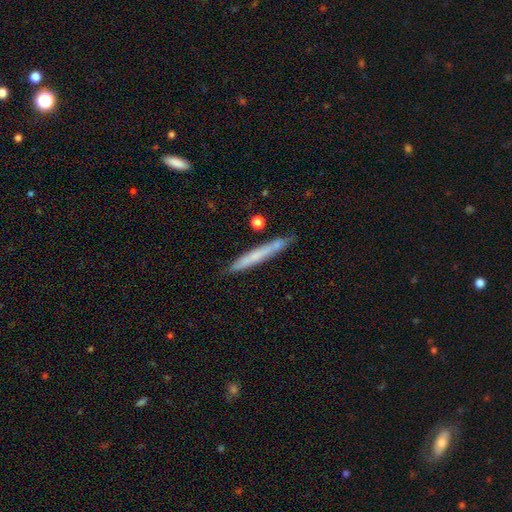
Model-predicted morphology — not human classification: Smooth or featured: smooth — 57% (featured or disk — 37%)
How rounded: cigar-shaped — 96% (in between — 3%)
Merging: none — 81% (minor disturbance — 13%)